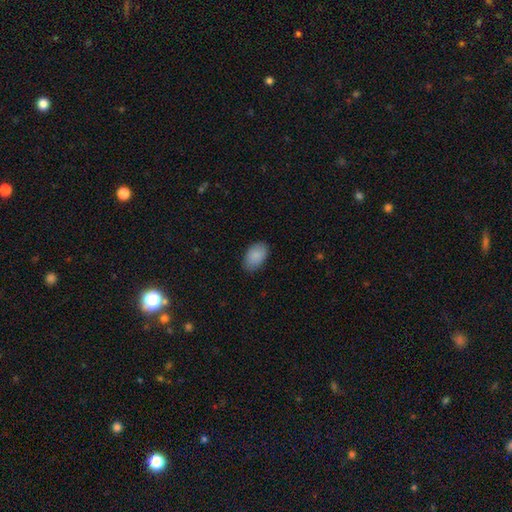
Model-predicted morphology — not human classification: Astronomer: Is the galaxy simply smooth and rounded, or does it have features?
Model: smooth — 89%.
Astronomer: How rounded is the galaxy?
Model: in between — 92%.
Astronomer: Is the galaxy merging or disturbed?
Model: none — 85%.